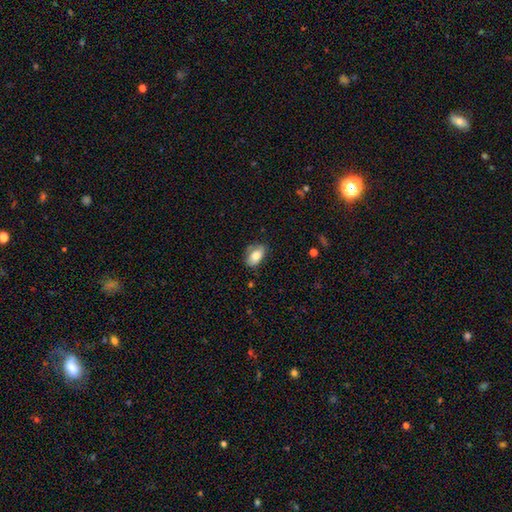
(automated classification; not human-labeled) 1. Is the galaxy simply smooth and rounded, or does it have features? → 82% smooth, 11% featured or disk, 7% star or artifact.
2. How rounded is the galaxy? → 90% in between, 8% round, 2% cigar-shaped.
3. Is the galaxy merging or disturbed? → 69% none, 24% minor disturbance, 5% major disturbance, 2% merger.